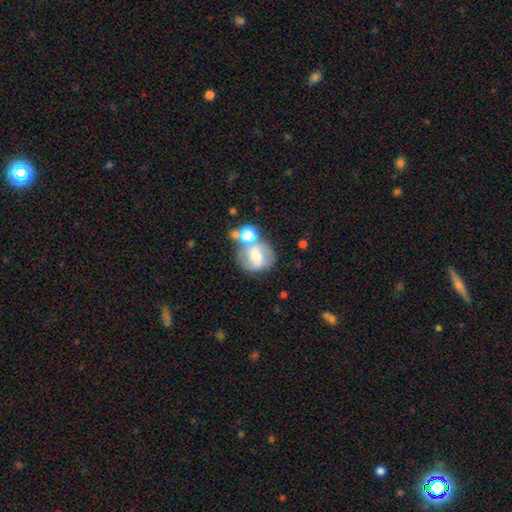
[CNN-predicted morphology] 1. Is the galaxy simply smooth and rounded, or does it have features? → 47% smooth, 43% featured or disk, 10% star or artifact.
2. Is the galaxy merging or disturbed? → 50% none, 27% merger, 15% minor disturbance, 8% major disturbance.